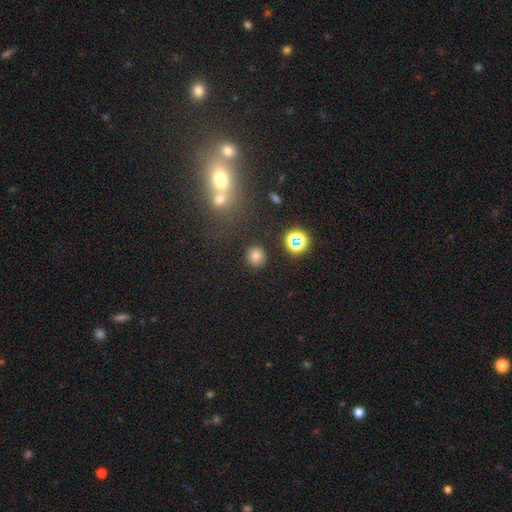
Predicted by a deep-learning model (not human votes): A smooth galaxy with no disk features (76%) that is round (90%).

Vote fractions:
- Smooth or featured? smooth: 76% / star or artifact: 17% / featured or disk: 7%
- How rounded? round: 90% / in between: 9% / cigar-shaped: 1%
- Merging? none: 88% / minor disturbance: 7% / major disturbance: 3% / merger: 2%